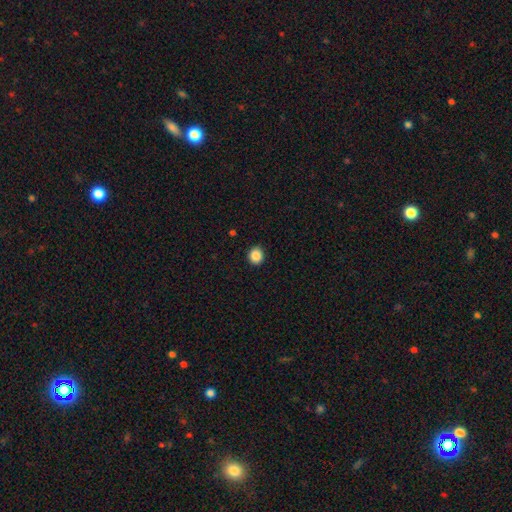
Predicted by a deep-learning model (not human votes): smooth-or-featured: smooth: 87% | star or artifact: 10% | featured or disk: 3%
  how-rounded: round: 83% | in between: 17% | cigar-shaped: 1%
  merging: none: 91% | minor disturbance: 6% | major disturbance: 2% | merger: 1%